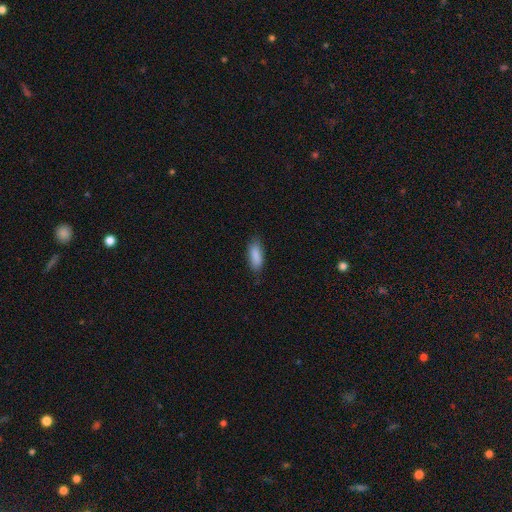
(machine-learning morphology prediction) Smooth or featured: smooth — 88% (star or artifact — 6%)
How rounded: in between — 70% (cigar-shaped — 28%)
Merging: none — 80% (minor disturbance — 16%)